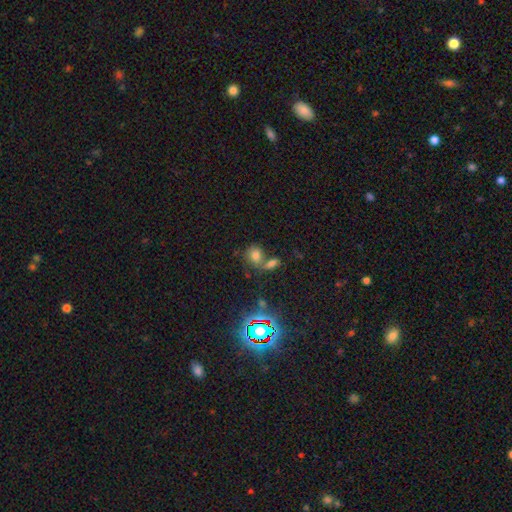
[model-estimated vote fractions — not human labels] smooth 67%, star or artifact 22%, featured or disk 11%. Down the decision tree: how rounded — round (59%); merging — merger (44%).